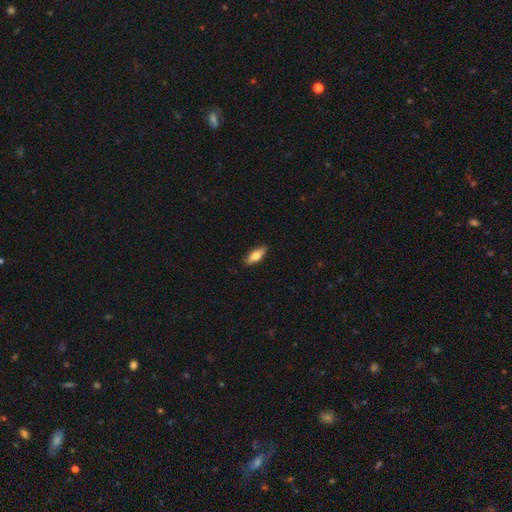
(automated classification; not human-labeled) Smooth or featured?
  - smooth: 65% *
  - featured or disk: 29%
  - star or artifact: 6%
How rounded?
  - in between: 65% *
  - cigar-shaped: 32%
  - round: 3%
Merging?
  - none: 88% *
  - minor disturbance: 10%
  - major disturbance: 2%
  - merger: 1%